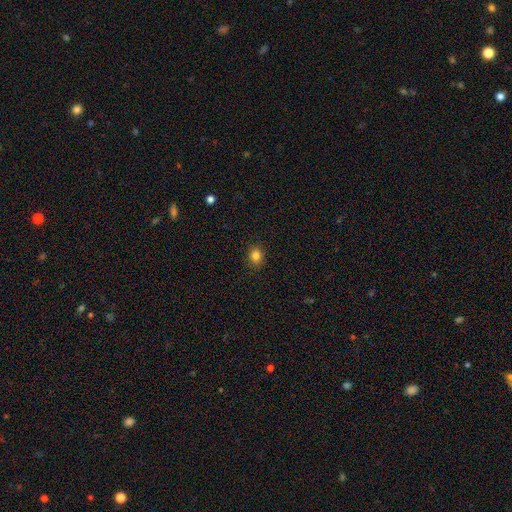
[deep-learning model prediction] smooth 82%, star or artifact 12%, featured or disk 5%. Down the decision tree: how rounded — round (63%); merging — none (90%).